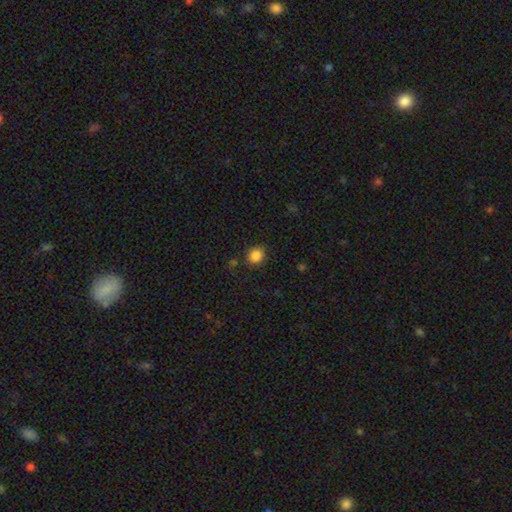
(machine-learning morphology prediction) The model was most divided on "how rounded": round: 75%, in between: 24%, cigar-shaped: 1%. More confident: smooth or featured — smooth (86%); merging — none (83%).